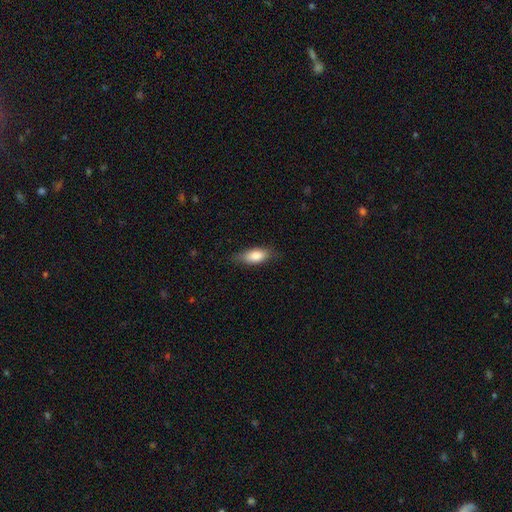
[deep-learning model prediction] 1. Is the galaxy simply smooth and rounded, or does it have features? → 81% smooth, 13% featured or disk, 7% star or artifact.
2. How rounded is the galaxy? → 79% in between, 18% cigar-shaped, 3% round.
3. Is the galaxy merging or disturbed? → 74% none, 21% minor disturbance, 4% major disturbance, 1% merger.